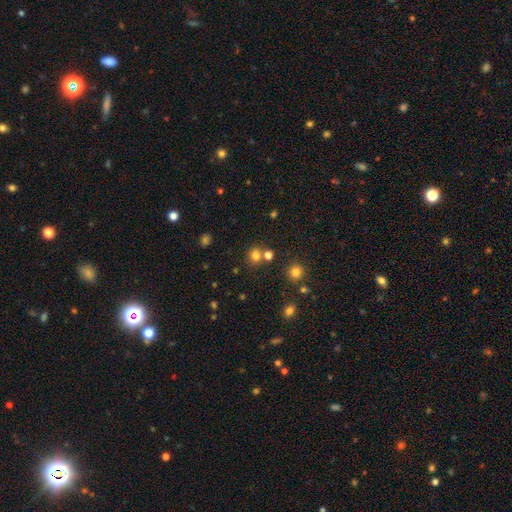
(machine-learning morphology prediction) This is likely a smooth galaxy (73%). How rounded: likely round (75%). Merging: likely none (64%).